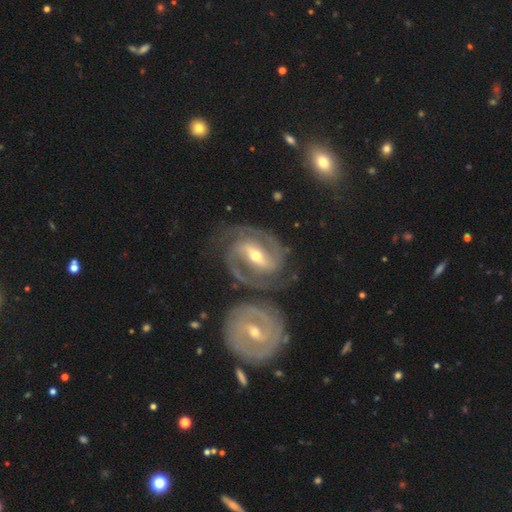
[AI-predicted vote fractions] Smooth or featured: featured or disk — 92% (smooth — 4%)
Edge-on disk: no — 97% (yes — 3%)
Bar: strong — 67% (weak — 25%)
Spiral arms: yes — 98% (no — 2%)
Spiral winding: medium — 49% (tight — 43%)
Spiral arm count: 2 — 88% (3 — 5%)
Bulge size: moderate — 62% (small — 33%)
Merging: none — 62% (merger — 19%)